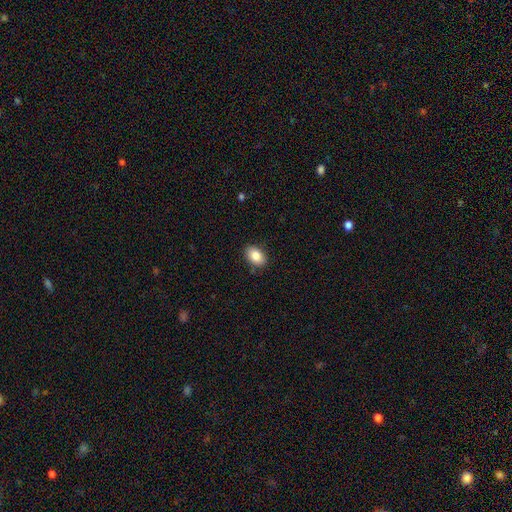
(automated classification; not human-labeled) A smooth galaxy with no disk features (86%) that is in between round and cigar-shaped (86%). Merging: none (86%).